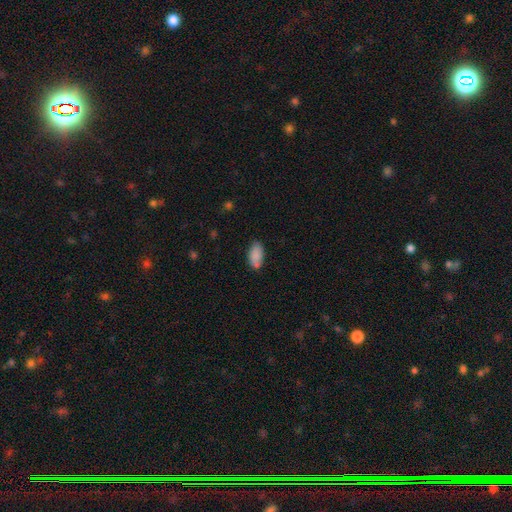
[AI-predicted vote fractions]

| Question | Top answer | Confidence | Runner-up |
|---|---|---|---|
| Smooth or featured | smooth | 86% | star or artifact (7%) |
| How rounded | in between | 93% | cigar-shaped (4%) |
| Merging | none | 72% | minor disturbance (19%) |